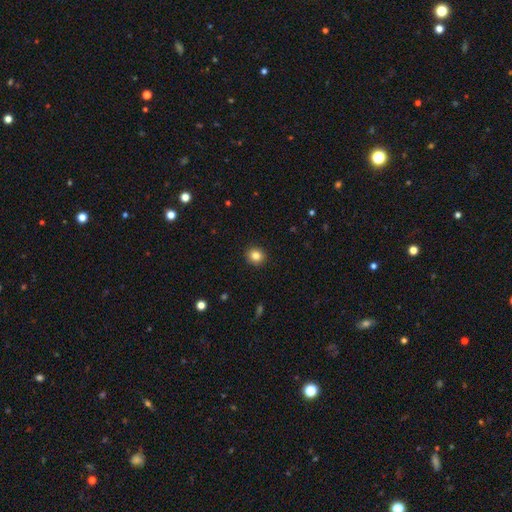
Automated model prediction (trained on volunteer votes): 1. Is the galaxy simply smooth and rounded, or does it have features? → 84% smooth, 10% star or artifact, 6% featured or disk.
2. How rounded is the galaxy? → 88% round, 11% in between, 1% cigar-shaped.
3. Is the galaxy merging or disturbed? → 92% none, 5% minor disturbance, 2% major disturbance, 1% merger.